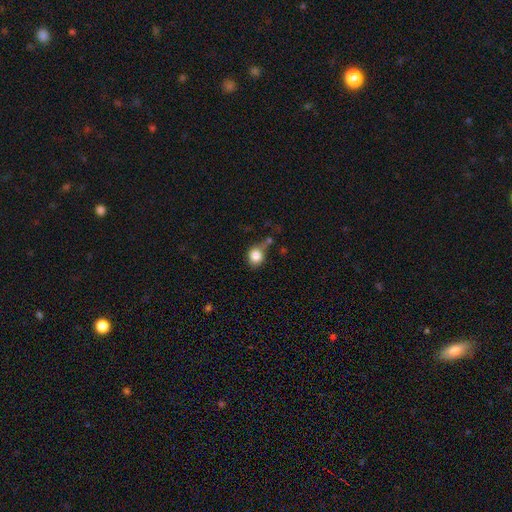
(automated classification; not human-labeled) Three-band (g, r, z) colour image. It shows a smooth galaxy with no disk features (84%) that is round (80%). Merging: none (51%).